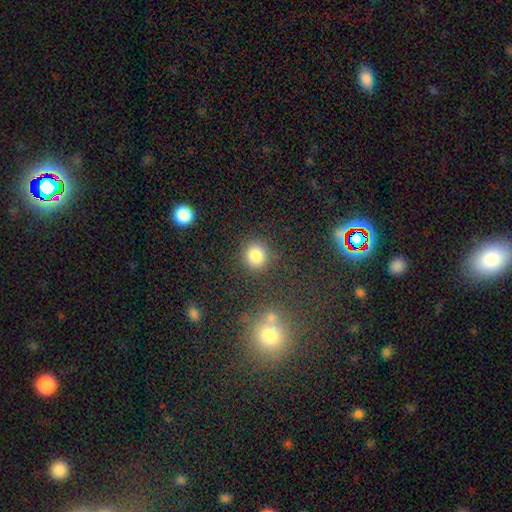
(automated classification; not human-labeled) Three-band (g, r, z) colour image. It shows a smooth galaxy with no disk features (83%) that is round (89%). Merging: none (85%).